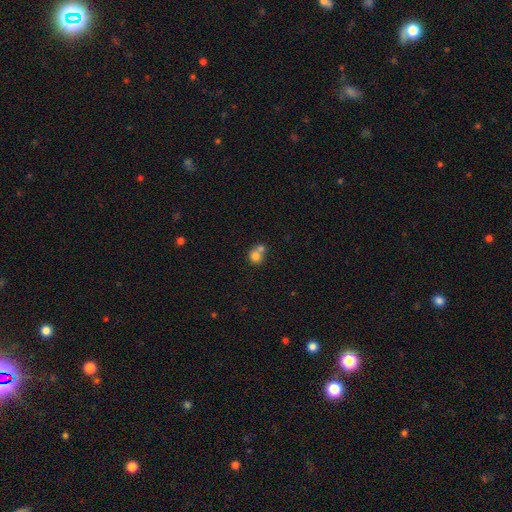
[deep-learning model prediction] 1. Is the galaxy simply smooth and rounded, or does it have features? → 76% smooth, 13% featured or disk, 10% star or artifact.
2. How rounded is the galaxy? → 79% round, 21% in between, 1% cigar-shaped.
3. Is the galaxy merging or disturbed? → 58% merger, 32% none, 7% minor disturbance, 3% major disturbance.